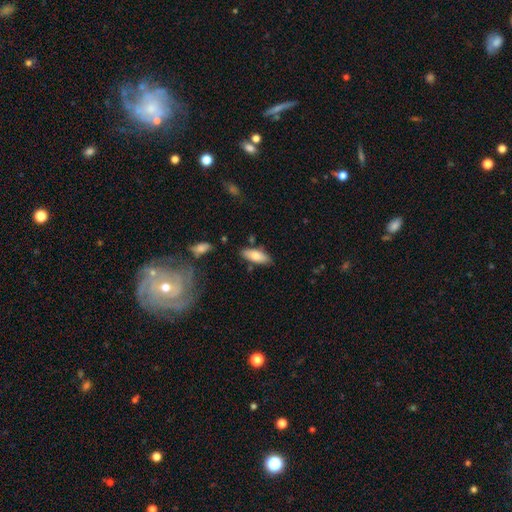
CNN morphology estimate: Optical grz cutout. It shows a smooth galaxy with no disk features (76%) that is in between round and cigar-shaped (73%). Merging: none (79%).